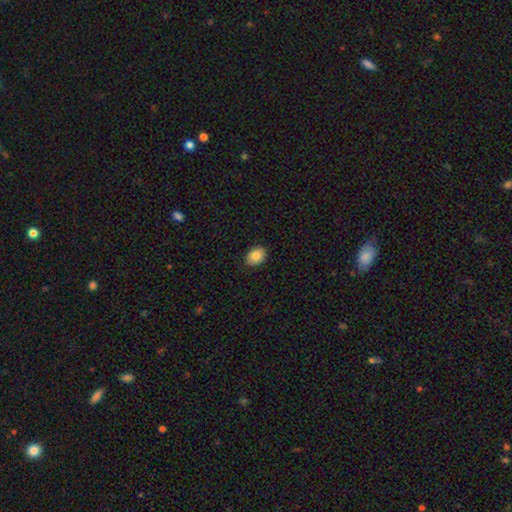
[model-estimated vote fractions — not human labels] Smooth or featured: smooth — 85% (star or artifact — 8%)
How rounded: in between — 73% (round — 26%)
Merging: none — 87% (minor disturbance — 10%)